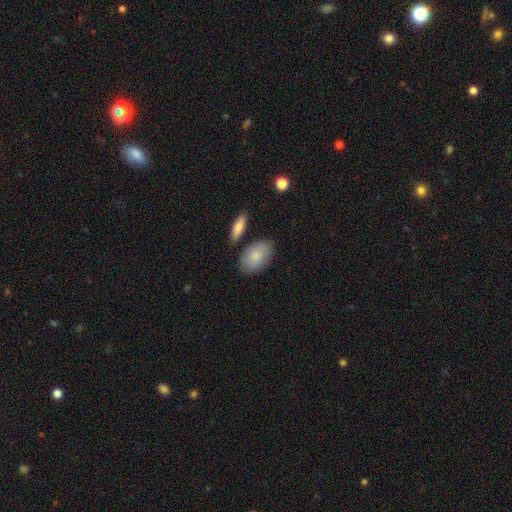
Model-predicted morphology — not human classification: smooth 84%, featured or disk 10%, star or artifact 5%. Down the decision tree: how rounded — in between (91%); merging — none (77%).